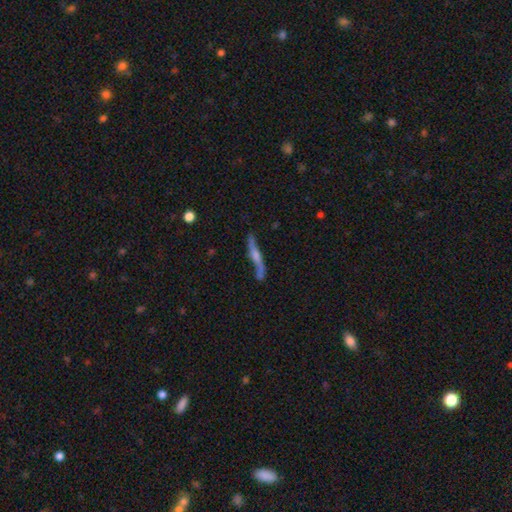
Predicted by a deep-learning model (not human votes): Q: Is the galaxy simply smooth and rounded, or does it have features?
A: featured or disk — 72%.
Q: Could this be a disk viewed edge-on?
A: yes — 77%.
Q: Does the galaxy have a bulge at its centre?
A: rounded — 69%.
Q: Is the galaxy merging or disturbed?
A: none — 66%.